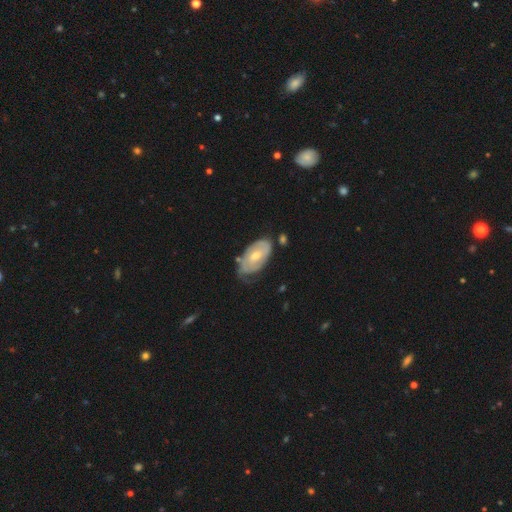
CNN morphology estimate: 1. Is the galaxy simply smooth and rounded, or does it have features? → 63% featured or disk, 32% smooth, 5% star or artifact.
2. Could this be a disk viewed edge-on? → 93% no, 7% yes.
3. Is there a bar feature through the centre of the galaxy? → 56% no, 37% weak, 7% strong.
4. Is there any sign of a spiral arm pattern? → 76% yes, 24% no.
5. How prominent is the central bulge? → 63% moderate, 32% small, 3% large, 1% none, 1% dominant.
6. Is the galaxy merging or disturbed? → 51% none, 33% minor disturbance, 11% major disturbance, 5% merger.